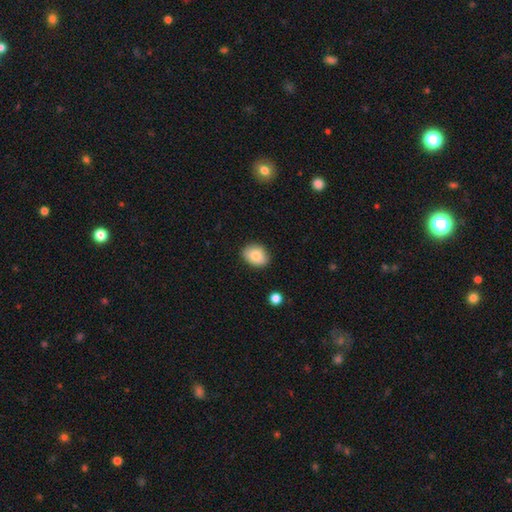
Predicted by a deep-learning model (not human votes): Smooth or featured: smooth — 83% (featured or disk — 9%)
How rounded: in between — 65% (round — 34%)
Merging: none — 83% (minor disturbance — 13%)